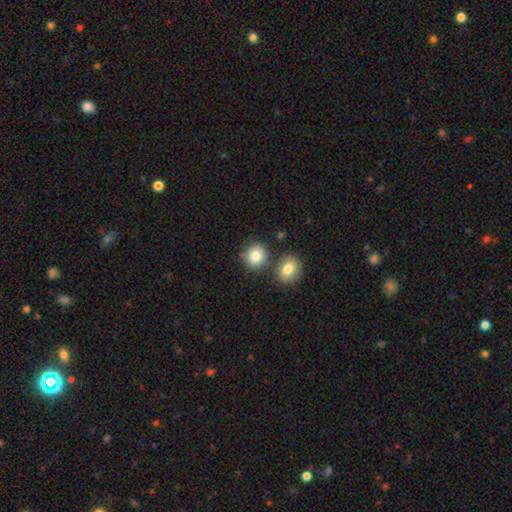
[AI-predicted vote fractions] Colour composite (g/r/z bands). It shows a smooth galaxy with no disk features (83%) that is round (80%). Merging: none (70%).